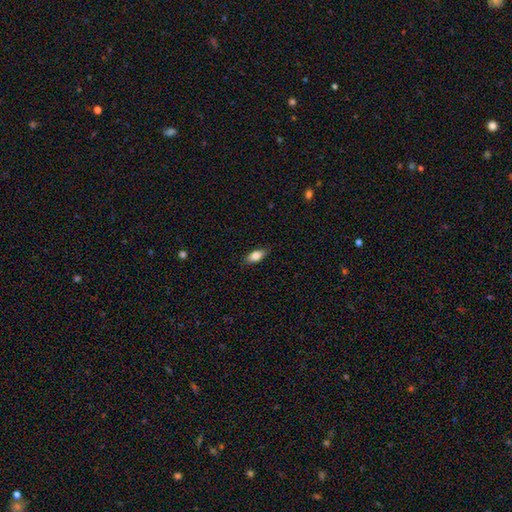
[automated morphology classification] Q: Smooth or featured?
A: smooth (81%); runner-up: featured or disk (12%)
Q: How rounded?
A: in between (85%); runner-up: cigar-shaped (12%)
Q: Merging?
A: none (85%); runner-up: minor disturbance (12%)